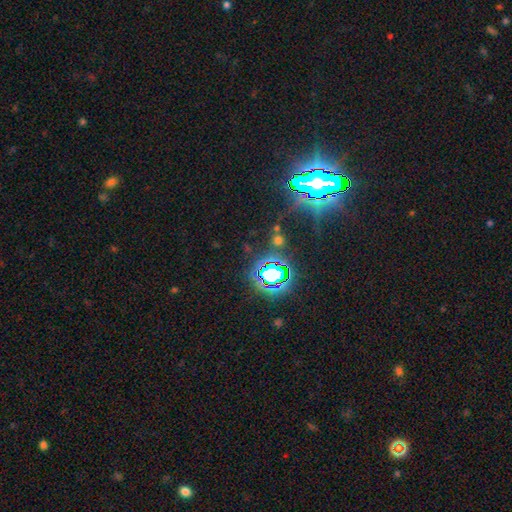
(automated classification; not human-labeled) Smooth or featured? Predicted: star or artifact (p=0.83).